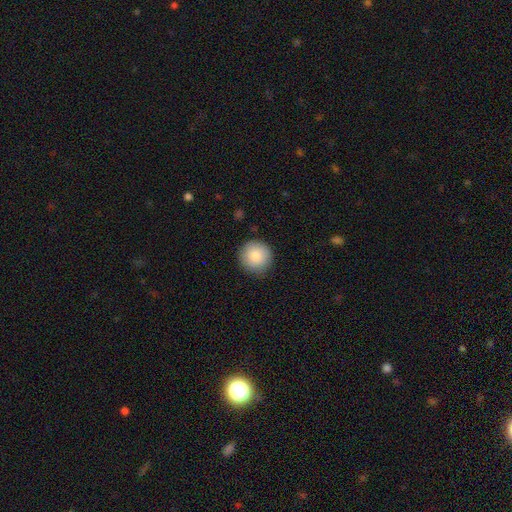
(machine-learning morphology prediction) Q: Smooth or featured?
A: smooth (85%); runner-up: star or artifact (8%)
Q: How rounded?
A: round (95%); runner-up: in between (4%)
Q: Merging?
A: none (89%); runner-up: minor disturbance (8%)